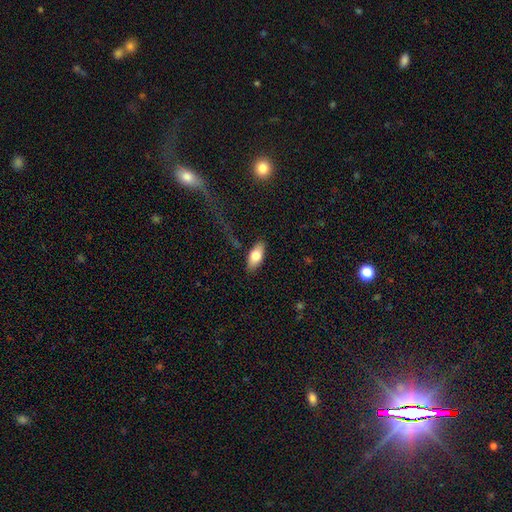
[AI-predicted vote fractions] smooth-or-featured: smooth: 73% | featured or disk: 20% | star or artifact: 6%
  how-rounded: in between: 85% | cigar-shaped: 12% | round: 3%
  merging: none: 84% | minor disturbance: 11% | major disturbance: 3% | merger: 2%